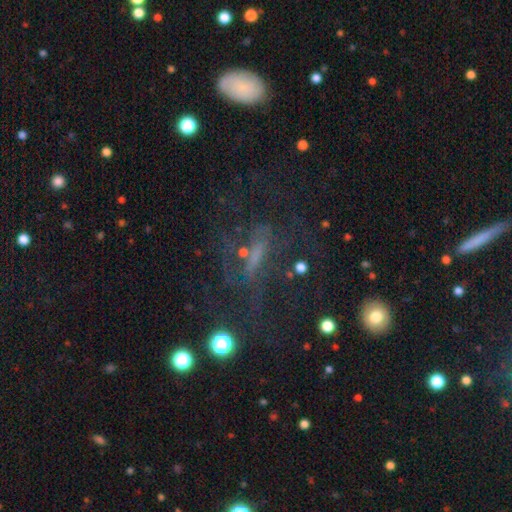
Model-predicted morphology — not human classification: featured or disk 46%, star or artifact 28%, smooth 26%. Down the decision tree: merging — none (48%).